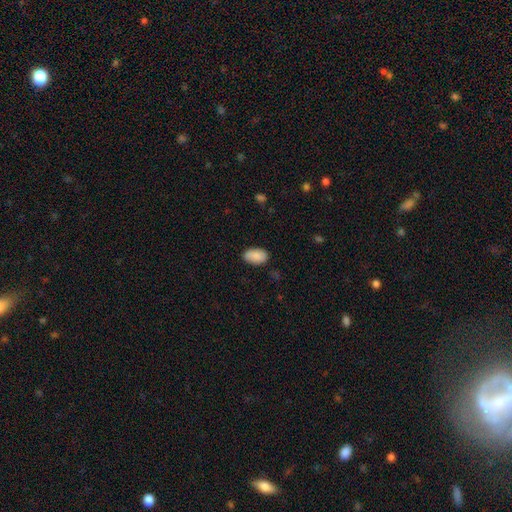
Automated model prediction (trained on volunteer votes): A smooth galaxy with no disk features (87%) that is in between round and cigar-shaped (93%).

Vote fractions:
- Smooth or featured? smooth: 87% / featured or disk: 7% / star or artifact: 7%
- How rounded? in between: 93% / round: 5% / cigar-shaped: 2%
- Merging? none: 83% / minor disturbance: 13% / major disturbance: 3% / merger: 1%